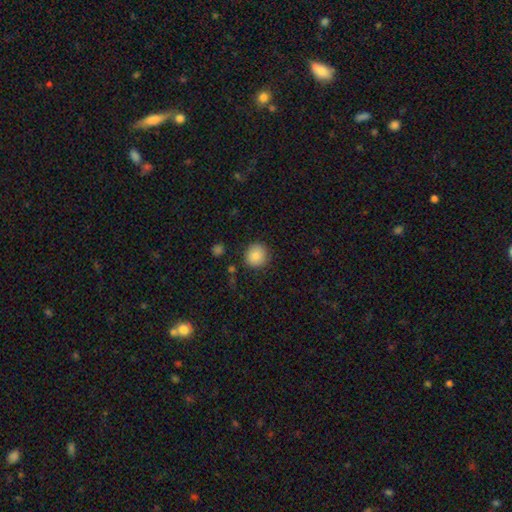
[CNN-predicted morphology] A smooth galaxy with no disk features (86%) that is round (91%). Merging: none (88%).